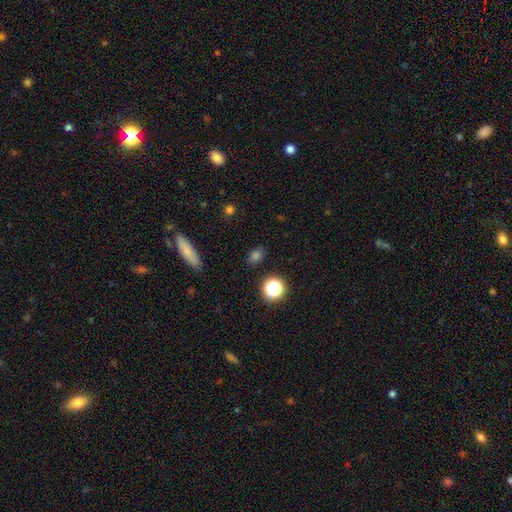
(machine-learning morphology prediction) Smooth or featured? Predicted: smooth (p=0.71). How rounded? Predicted: in between (p=0.55). Merging? Predicted: none (p=0.85).